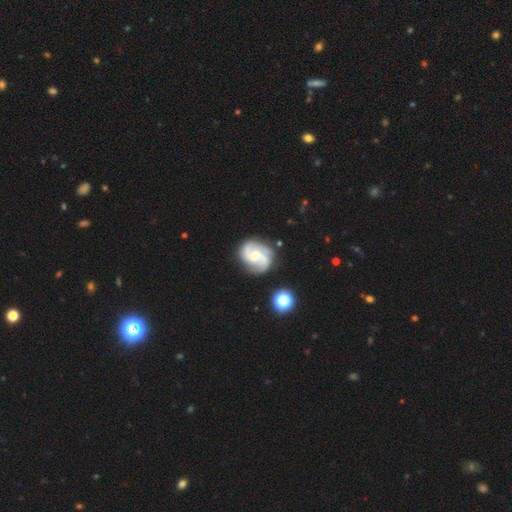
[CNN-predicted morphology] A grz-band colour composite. It shows a featured or disk galaxy (78%) with no bar (48%), 2 (65%) medium (48%) spiral arms (95%) and a moderate central bulge (48%). Merging: none (70%).